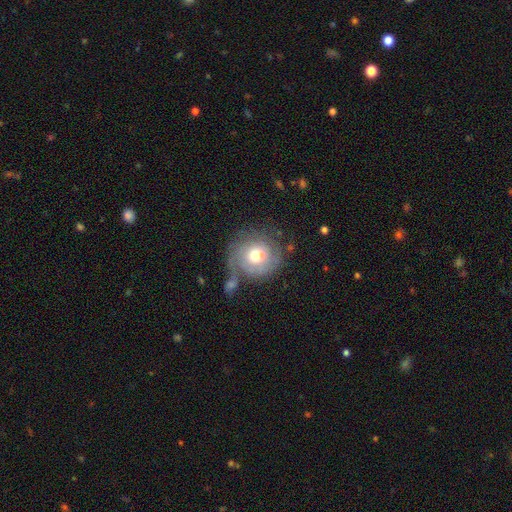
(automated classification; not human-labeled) Smooth or featured: featured or disk — 50% (smooth — 42%)
Merging: none — 47% (minor disturbance — 20%)